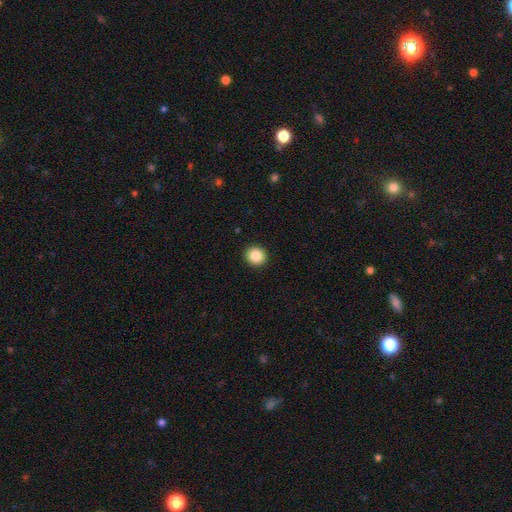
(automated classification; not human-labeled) smooth 87%, star or artifact 9%, featured or disk 4%. Down the decision tree: how rounded — round (90%); merging — none (93%).